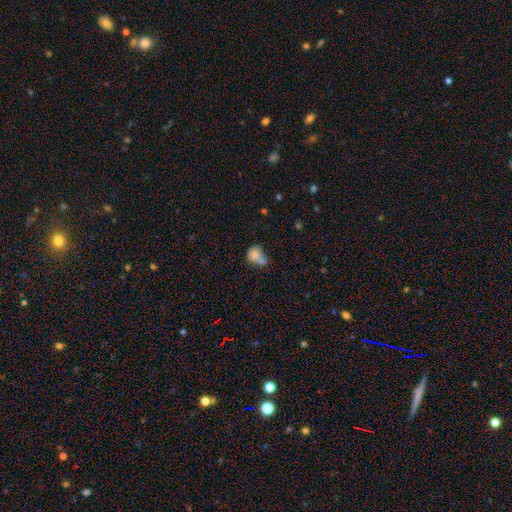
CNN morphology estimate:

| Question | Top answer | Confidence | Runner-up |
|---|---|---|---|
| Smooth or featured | smooth | 75% | featured or disk (15%) |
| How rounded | round | 51% | in between (47%) |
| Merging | merger | 44% | none (27%) |